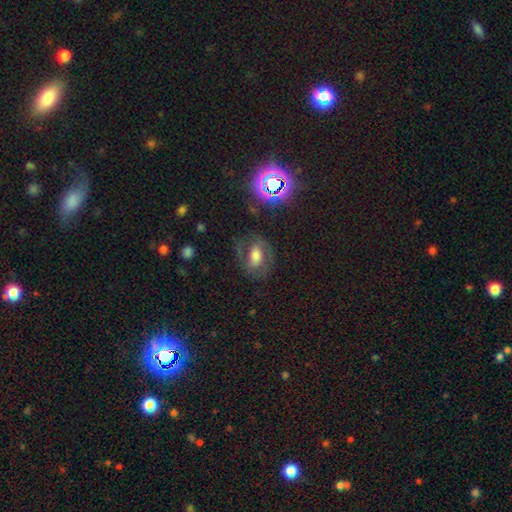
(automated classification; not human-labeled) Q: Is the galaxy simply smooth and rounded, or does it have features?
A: featured or disk — 49%.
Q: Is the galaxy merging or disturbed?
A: none — 67%.